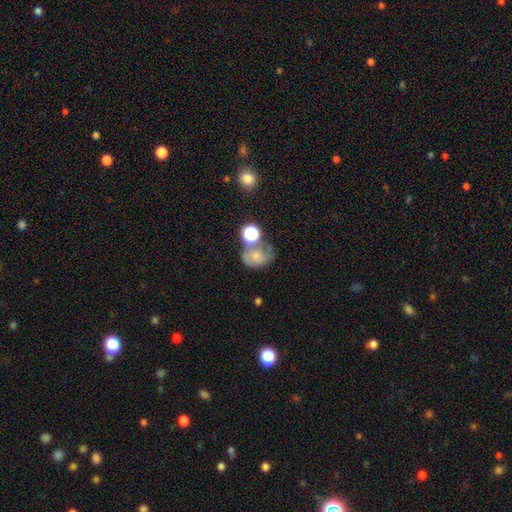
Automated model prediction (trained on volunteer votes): A smooth galaxy with no disk features (55%) that is in between round and cigar-shaped (58%).

Vote fractions:
- Smooth or featured? smooth: 55% / featured or disk: 29% / star or artifact: 15%
- How rounded? in between: 58% / round: 41% / cigar-shaped: 1%
- Merging? none: 33% / merger: 28% / minor disturbance: 22% / major disturbance: 18%